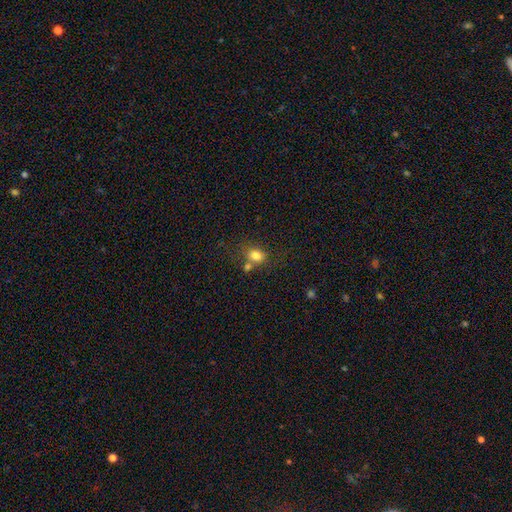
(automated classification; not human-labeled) Smooth or featured? Predicted: smooth (p=0.80). How rounded? Predicted: in between (p=0.58). Merging? Predicted: none (p=0.54).